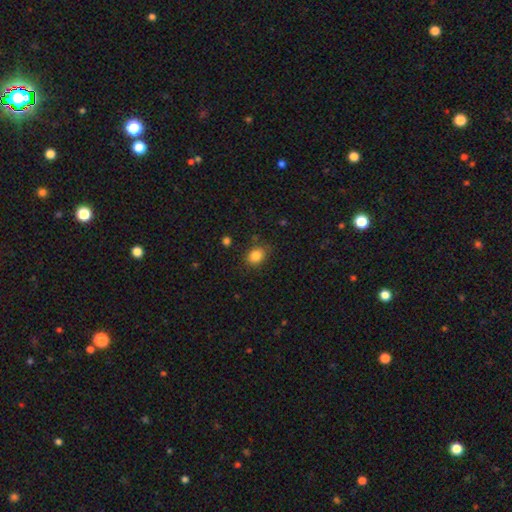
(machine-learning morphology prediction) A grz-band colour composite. It shows a smooth galaxy with no disk features (85%) that is in between round and cigar-shaped (57%). Merging: none (79%).